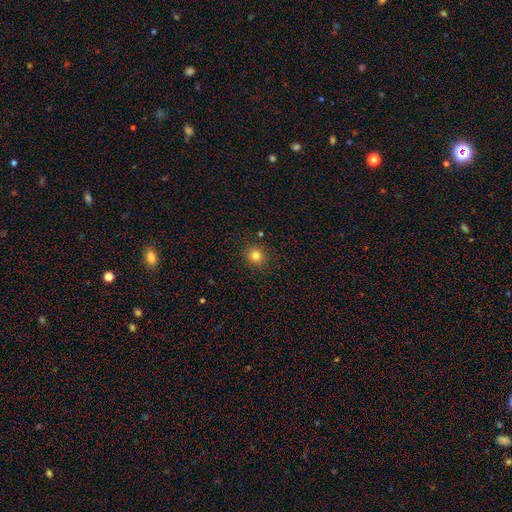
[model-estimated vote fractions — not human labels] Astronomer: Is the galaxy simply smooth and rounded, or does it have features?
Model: smooth — 80%.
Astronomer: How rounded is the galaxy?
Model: round — 87%.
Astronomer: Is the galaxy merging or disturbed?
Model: none — 89%.